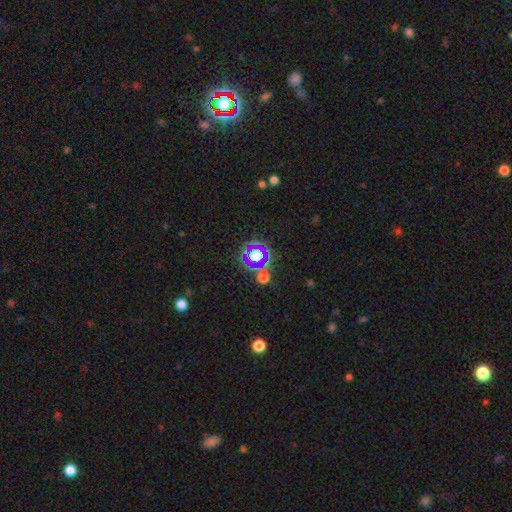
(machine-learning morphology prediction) smooth_or_featured: star or artifact (p=0.60) [alt: smooth p=0.29]